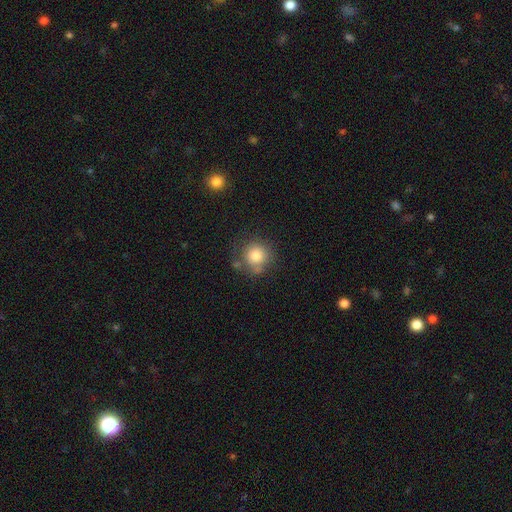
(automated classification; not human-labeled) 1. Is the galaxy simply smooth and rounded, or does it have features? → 81% smooth, 10% star or artifact, 9% featured or disk.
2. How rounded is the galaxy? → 91% round, 8% in between, 1% cigar-shaped.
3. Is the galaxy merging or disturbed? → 68% none, 17% minor disturbance, 9% merger, 5% major disturbance.